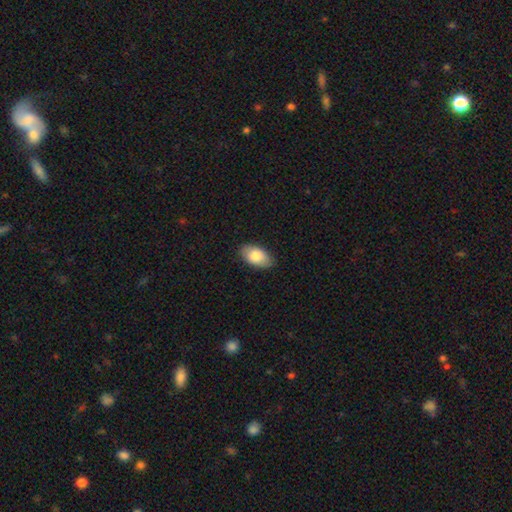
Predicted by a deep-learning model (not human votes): Smooth or featured: smooth — 84% (featured or disk — 10%)
How rounded: in between — 94% (round — 4%)
Merging: none — 86% (minor disturbance — 11%)